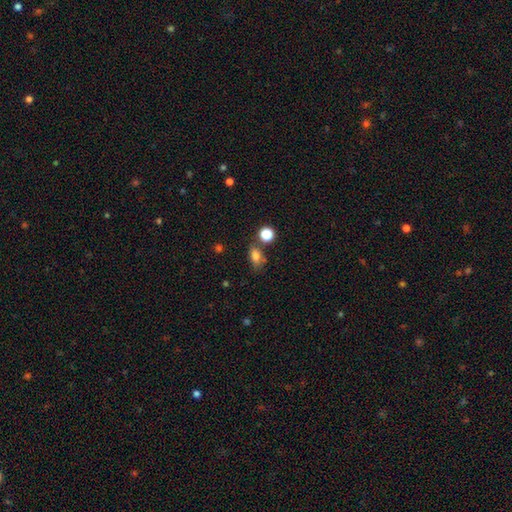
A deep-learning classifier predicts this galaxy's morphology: smooth 78%, star or artifact 13%, featured or disk 9%. Down the decision tree: how rounded — in between (77%); merging — none (64%).